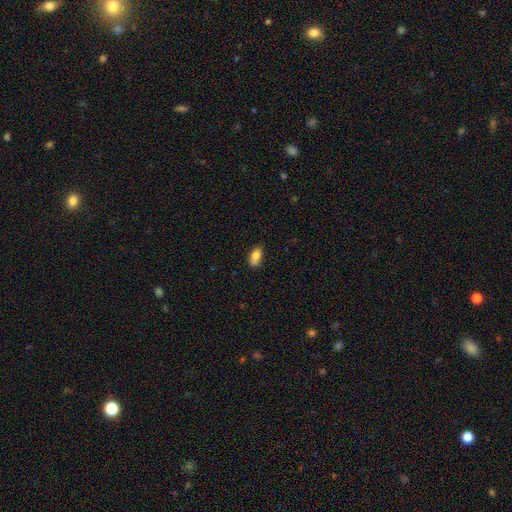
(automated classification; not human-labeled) The model was most divided on "merging": none: 51%, minor disturbance: 25%, merger: 16%, major disturbance: 7%. More confident: how rounded — in between (84%); smooth or featured — smooth (78%).